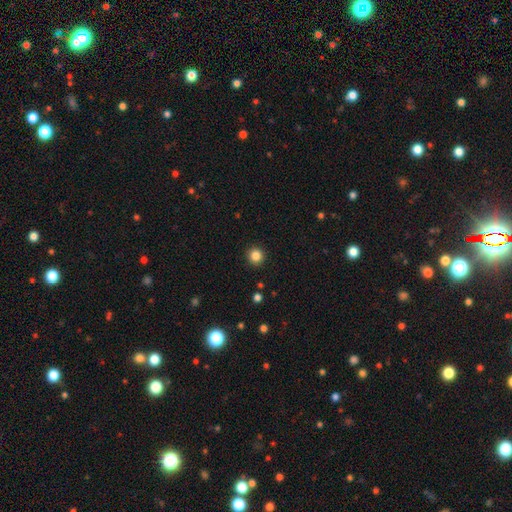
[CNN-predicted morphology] Smooth or featured? smooth (85%)
How rounded? round (95%)
Merging? none (92%)